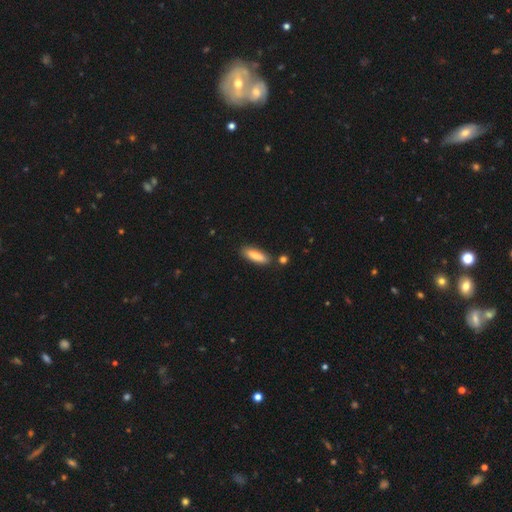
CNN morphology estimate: Overall: smooth (84%). How rounded: cigar-shaped (56%; in between 43%). Merging: none (81%).